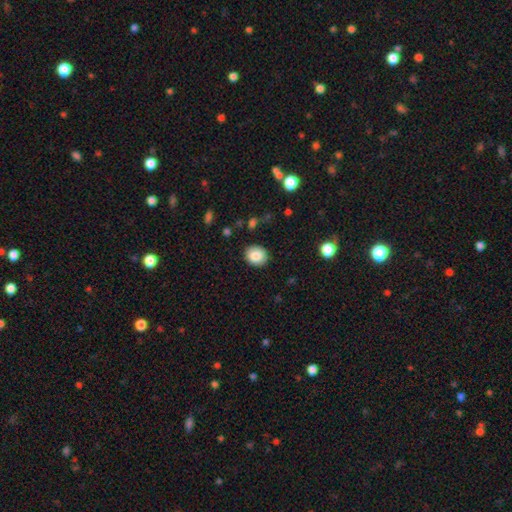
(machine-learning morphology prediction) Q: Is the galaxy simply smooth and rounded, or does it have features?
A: smooth — 85%.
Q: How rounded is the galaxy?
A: round — 76%.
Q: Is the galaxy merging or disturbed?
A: none — 88%.